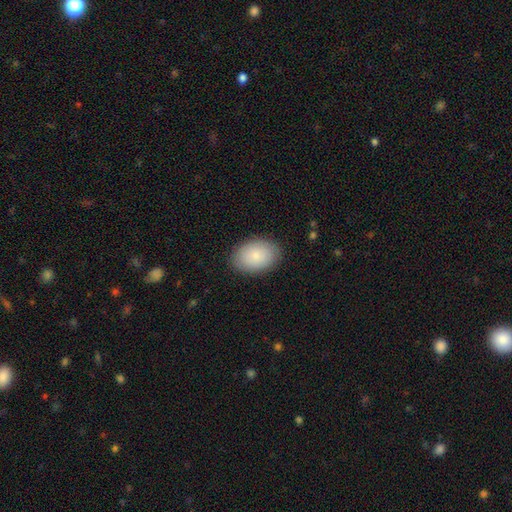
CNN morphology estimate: The model was most divided on "how rounded": in between: 85%, round: 14%, cigar-shaped: 1%. More confident: merging — none (87%); smooth or featured — smooth (85%).